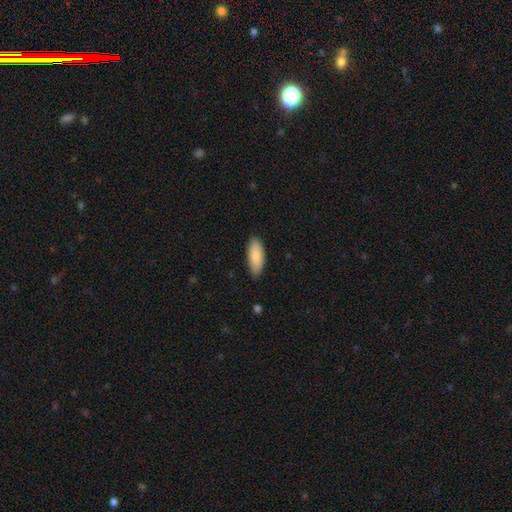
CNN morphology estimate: smooth-or-featured: smooth: 86% | featured or disk: 9% | star or artifact: 6%
  how-rounded: in between: 75% | cigar-shaped: 23% | round: 2%
  merging: none: 84% | minor disturbance: 13% | major disturbance: 2% | merger: 1%